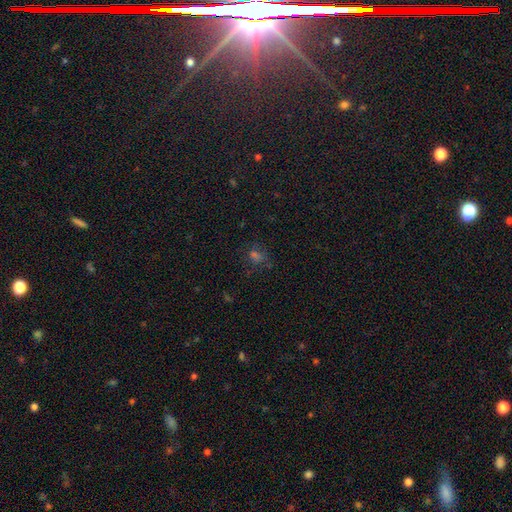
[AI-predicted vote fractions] Smooth or featured? Predicted: smooth (p=0.43). Merging? Predicted: none (p=0.67).